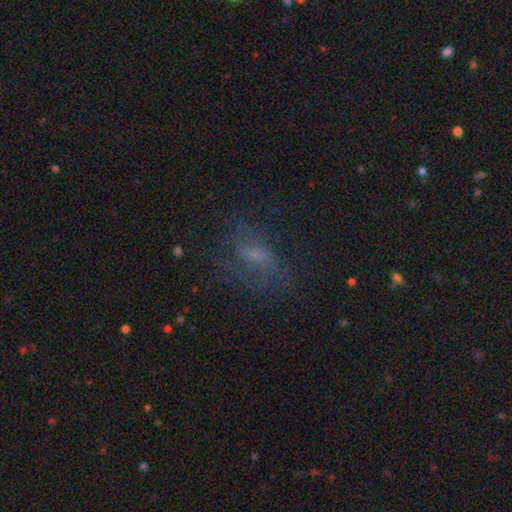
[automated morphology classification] A featured or disk galaxy (39%, tied with smooth). Merging: none (58%).